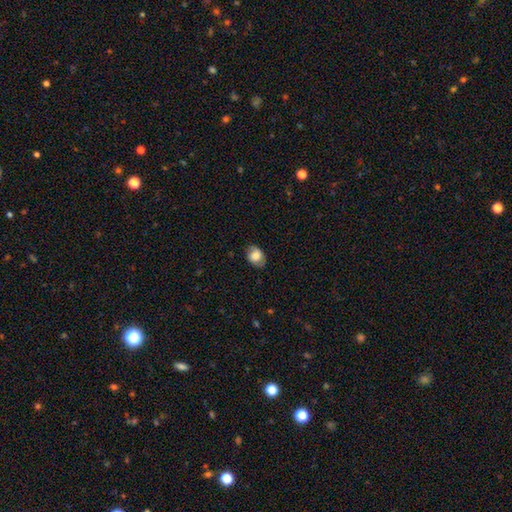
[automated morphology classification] This is likely a smooth galaxy (76%). How rounded: likely in between (71%). Merging: likely none (79%).